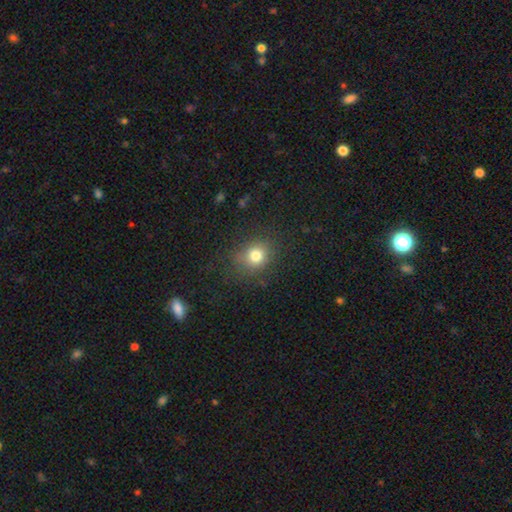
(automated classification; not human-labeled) Q: Smooth or featured?
A: smooth (77%); runner-up: star or artifact (15%)
Q: How rounded?
A: round (73%); runner-up: in between (26%)
Q: Merging?
A: none (81%); runner-up: minor disturbance (12%)